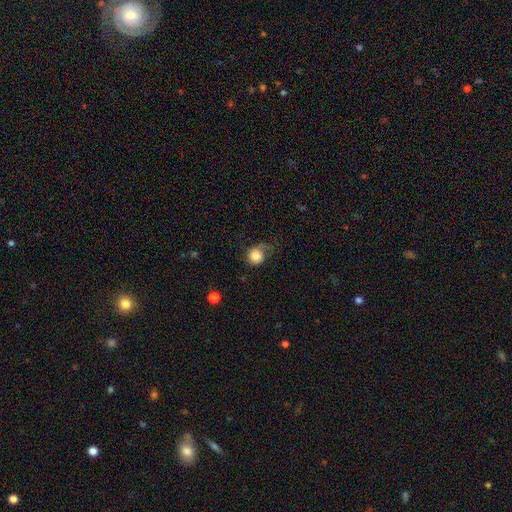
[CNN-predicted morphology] A smooth galaxy with no disk features (80%) that is round (78%). Merging: none (40%).